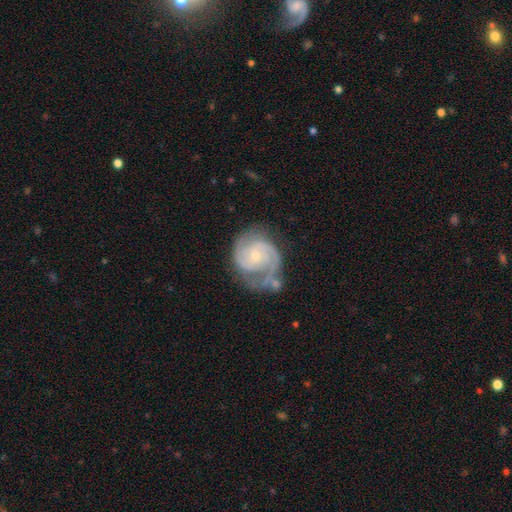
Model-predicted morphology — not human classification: A featured or disk galaxy (89%) with no bar (67%), 2 (65%) tight (51%) spiral arms (97%) and a small central bulge (70%).

Vote fractions:
- Smooth or featured? featured or disk: 89% / smooth: 7% / star or artifact: 5%
- Edge-on disk? no: 98% / yes: 2%
- Bar? no: 67% / weak: 28% / strong: 6%
- Spiral arms? yes: 97% / no: 3%
- Spiral winding? tight: 51% / medium: 41% / loose: 8%
- Spiral arm count? 2: 65% / 3: 18% / can't tell: 8% / 1: 3% / 4: 3% / more than 4: 3%
- Bulge size? small: 70% / moderate: 27% / none: 2% / large: 1% / dominant: 1%
- Merging? none: 51% / minor disturbance: 24% / major disturbance: 13% / merger: 12%